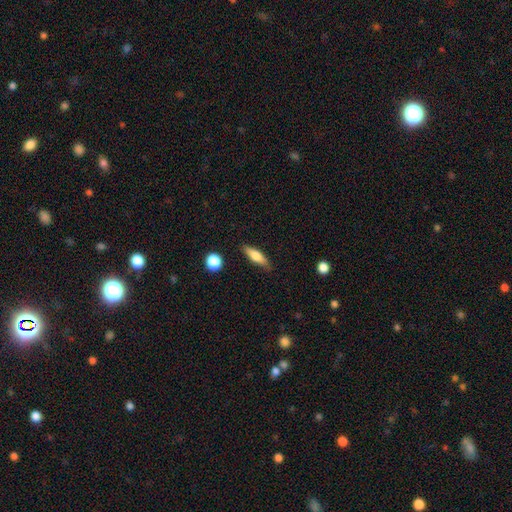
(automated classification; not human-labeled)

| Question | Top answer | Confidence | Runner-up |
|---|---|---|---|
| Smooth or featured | smooth | 63% | featured or disk (30%) |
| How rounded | cigar-shaped | 55% | in between (42%) |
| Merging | none | 83% | minor disturbance (12%) |